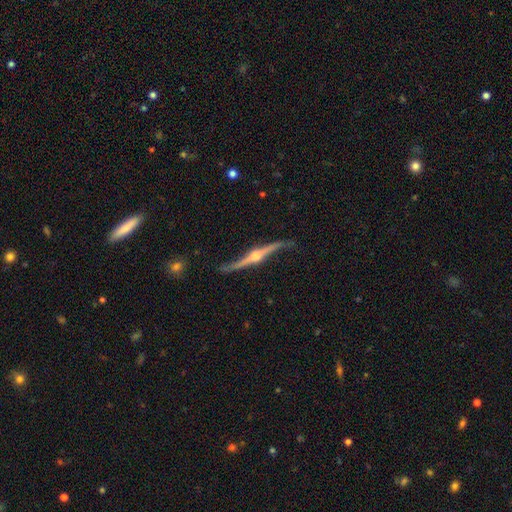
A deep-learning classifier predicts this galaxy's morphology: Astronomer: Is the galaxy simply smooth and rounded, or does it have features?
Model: featured or disk — 90%.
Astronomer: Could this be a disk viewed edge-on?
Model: yes — 85%.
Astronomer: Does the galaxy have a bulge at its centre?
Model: rounded — 95%.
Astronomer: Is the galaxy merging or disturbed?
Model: none — 70%.